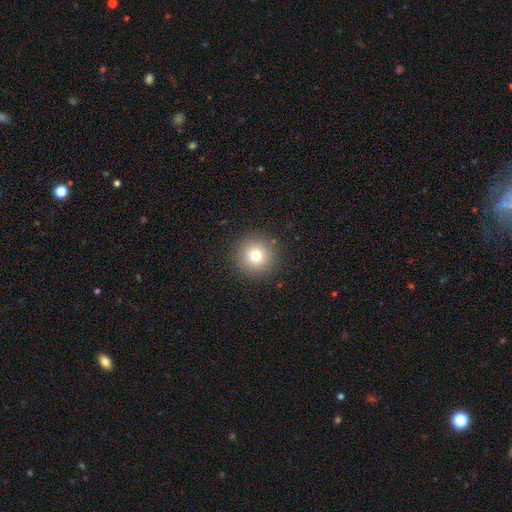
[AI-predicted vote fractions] smooth-or-featured: smooth: 75% | star or artifact: 14% | featured or disk: 11%
  how-rounded: round: 96% | in between: 3% | cigar-shaped: 1%
  merging: none: 91% | minor disturbance: 6% | major disturbance: 3% | merger: 1%